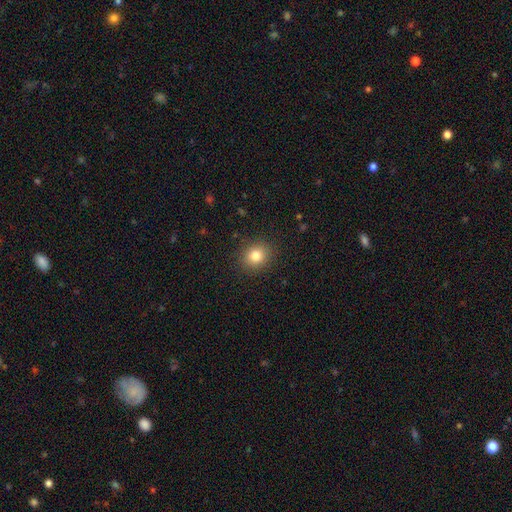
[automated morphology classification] A smooth galaxy with no disk features (82%) that is round (71%). Merging: none (89%).